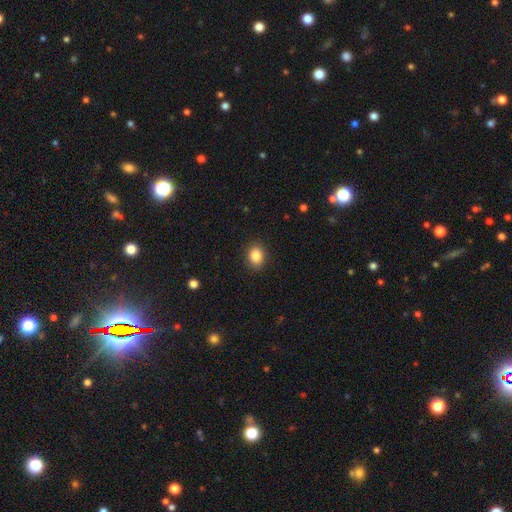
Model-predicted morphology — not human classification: This appears to be a smooth galaxy with no disk features (86%) that is in between round and cigar-shaped (57%). Merging: none (88%).